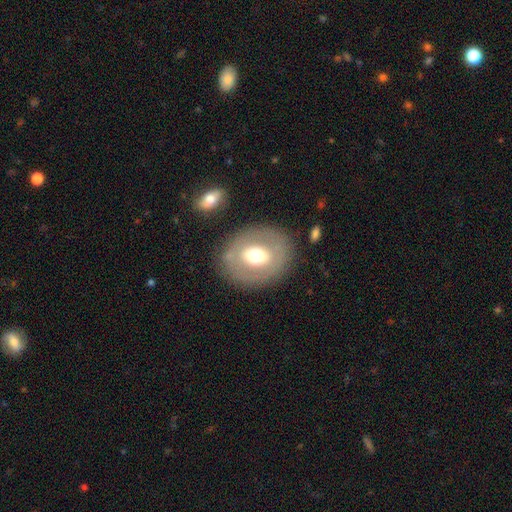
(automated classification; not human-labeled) smooth 49%, featured or disk 43%, star or artifact 8%. Down the decision tree: merging — none (78%).